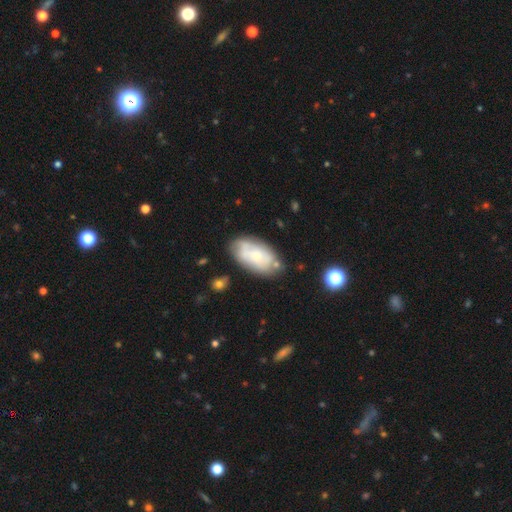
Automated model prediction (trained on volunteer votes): Smooth or featured? smooth (49%)
Merging? none (61%)